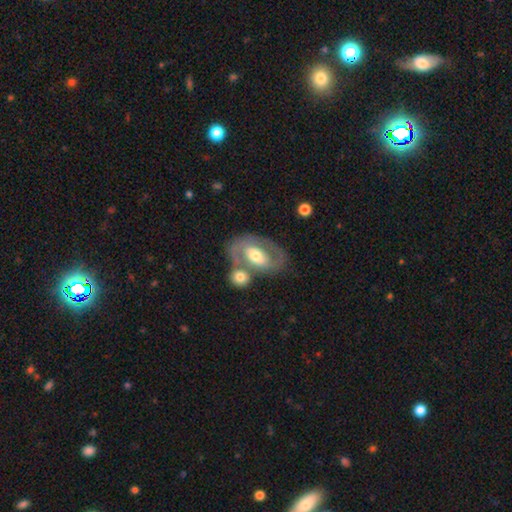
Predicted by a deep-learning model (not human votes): smooth_or_featured: featured or disk (p=0.70) [alt: smooth p=0.24]
disk_edge_on: no (p=0.95) [alt: yes p=0.05]
bar: no (p=0.38) [alt: weak p=0.36]
has_spiral_arms: yes (p=0.71) [alt: no p=0.29]
bulge_size: moderate (p=0.65) [alt: small p=0.19]
merging: none (p=0.50) [alt: merger p=0.27]